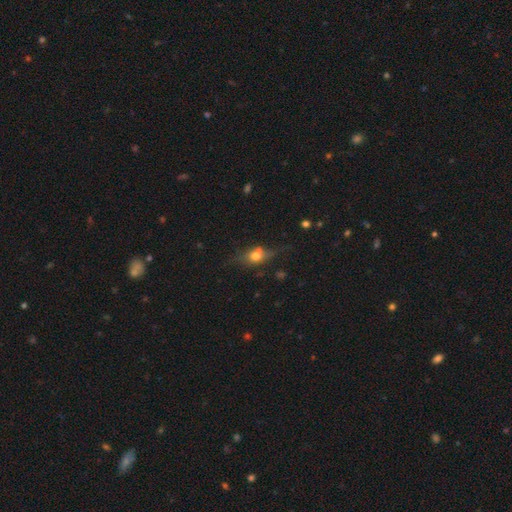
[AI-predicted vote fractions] smooth 61%, featured or disk 26%, star or artifact 12%. Down the decision tree: how rounded — in between (59%); merging — none (57%).